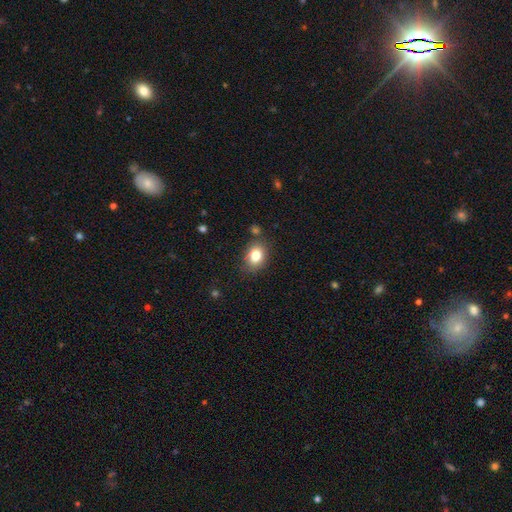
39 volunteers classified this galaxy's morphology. Volunteers were most divided on "how rounded": in between: 50%, round: 47%, cigar-shaped: 3%. More confident: smooth or featured — smooth (92%); merging — none (79%).